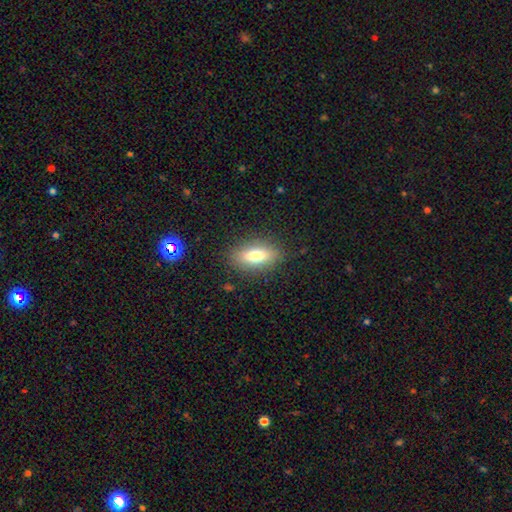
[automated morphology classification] type=smooth (75%); roundness=in between (80%); merging=none (85%).